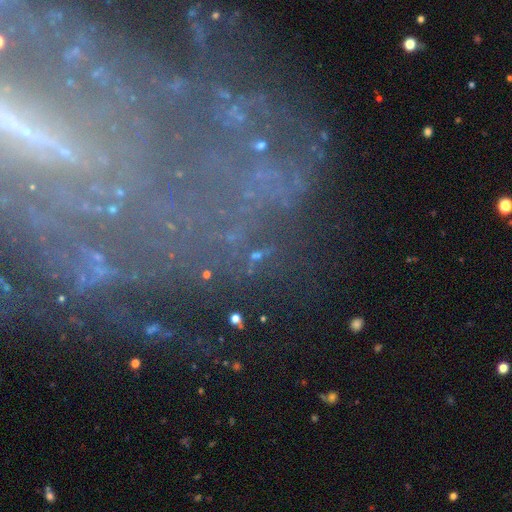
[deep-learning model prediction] smooth-or-featured: star or artifact: 54% | featured or disk: 26% | smooth: 20%